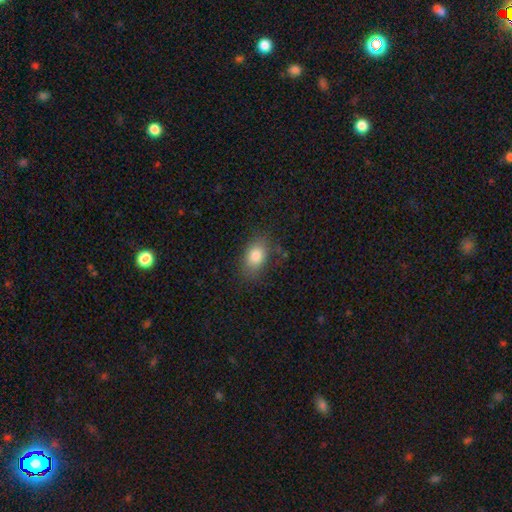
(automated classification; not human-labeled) smooth-or-featured: smooth: 82% | star or artifact: 9% | featured or disk: 9%
  how-rounded: in between: 81% | round: 18% | cigar-shaped: 2%
  merging: none: 77% | minor disturbance: 16% | major disturbance: 5% | merger: 2%